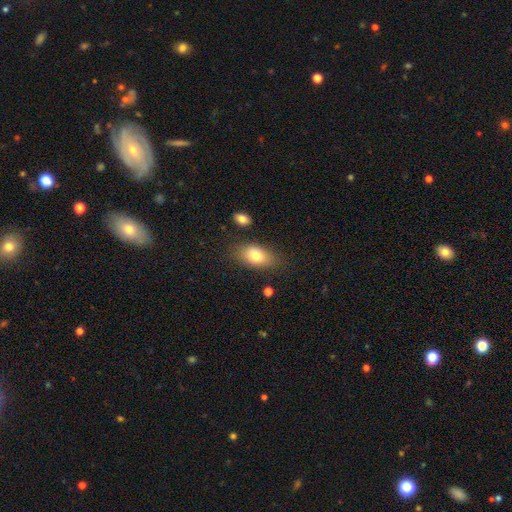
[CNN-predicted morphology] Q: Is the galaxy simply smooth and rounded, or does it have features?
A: smooth — 79%.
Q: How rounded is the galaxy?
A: in between — 88%.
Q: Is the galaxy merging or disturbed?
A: none — 77%.